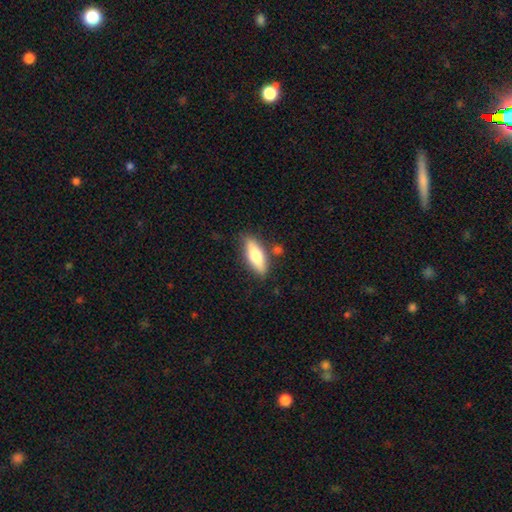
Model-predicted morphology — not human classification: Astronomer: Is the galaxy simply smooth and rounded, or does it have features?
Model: smooth — 62%.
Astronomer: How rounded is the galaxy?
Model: in between — 53% (runner-up: cigar-shaped, 44%).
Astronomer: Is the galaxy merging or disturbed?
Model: none — 79%.